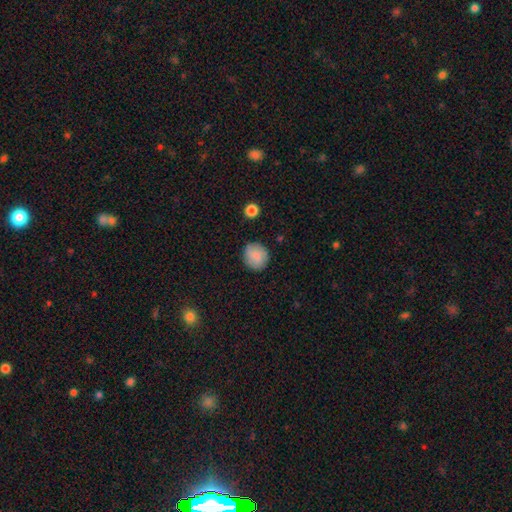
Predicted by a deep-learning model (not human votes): Smooth or featured: smooth — 83% (featured or disk — 10%)
How rounded: round — 82% (in between — 17%)
Merging: none — 84% (minor disturbance — 11%)